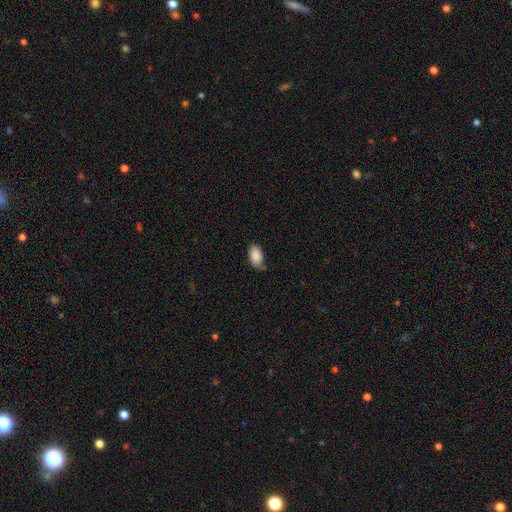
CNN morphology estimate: The model was most divided on "merging": none: 70%, minor disturbance: 23%, major disturbance: 4%, merger: 2%. More confident: how rounded — in between (94%); smooth or featured — smooth (88%).